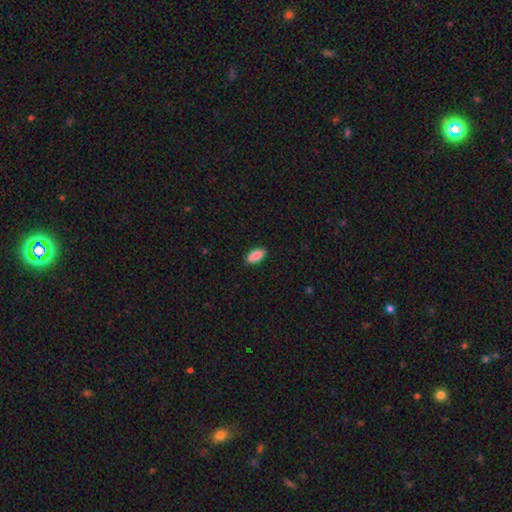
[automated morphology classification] Smooth or featured? smooth (90%)
How rounded? in between (93%)
Merging? none (89%)